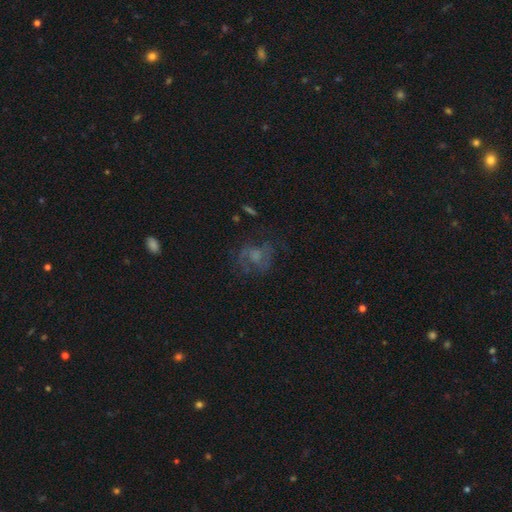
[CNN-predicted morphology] The model was most divided on "smooth or featured": featured or disk: 47%, smooth: 34%, star or artifact: 20%. More confident: merging — none (54%).